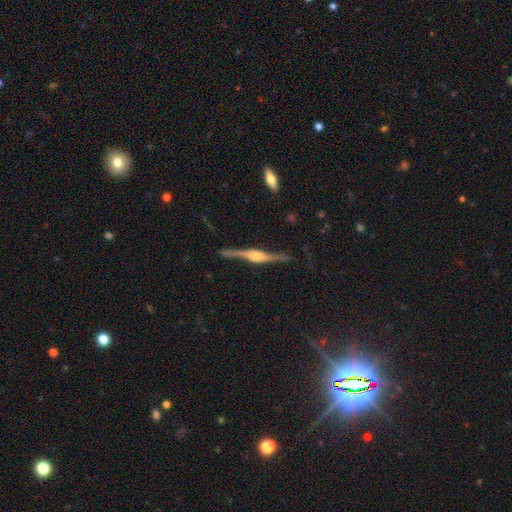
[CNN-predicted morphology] The model was most divided on "edge-on bulge": rounded: 82%, boxy: 15%, none: 3%. More confident: edge-on disk — yes (97%); smooth or featured — featured or disk (87%); merging — none (83%).